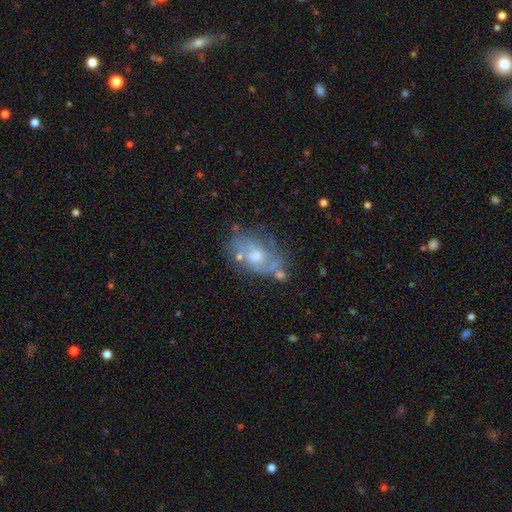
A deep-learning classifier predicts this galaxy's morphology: smooth_or_featured: featured or disk (p=0.64) [alt: smooth p=0.27]
disk_edge_on: no (p=0.95) [alt: yes p=0.05]
bar: no (p=0.71) [alt: weak p=0.25]
has_spiral_arms: yes (p=0.64) [alt: no p=0.36]
bulge_size: moderate (p=0.66) [alt: small p=0.22]
merging: none (p=0.56) [alt: minor disturbance p=0.23]